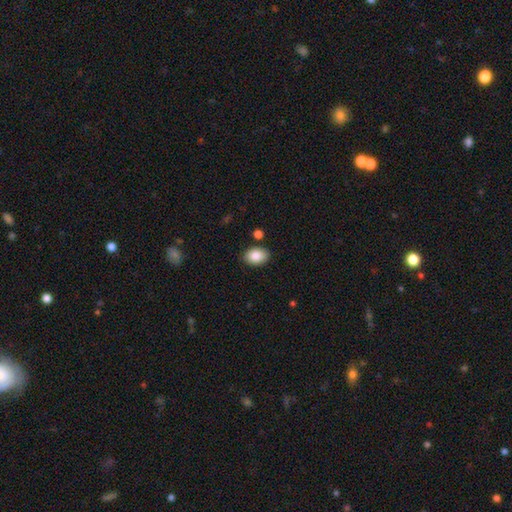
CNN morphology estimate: smooth-or-featured: smooth: 86% | star or artifact: 7% | featured or disk: 7%
  how-rounded: in between: 82% | round: 17% | cigar-shaped: 1%
  merging: none: 85% | minor disturbance: 10% | merger: 3% | major disturbance: 2%